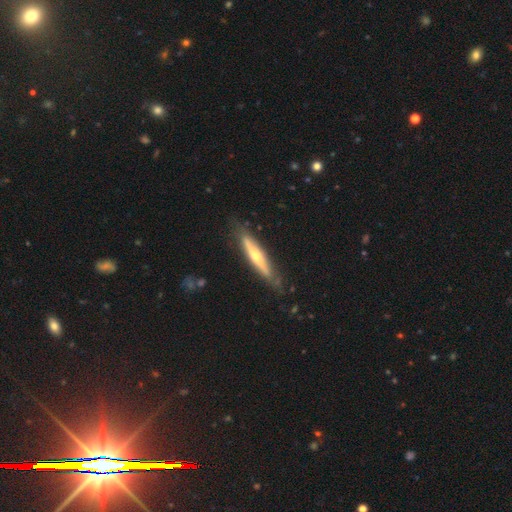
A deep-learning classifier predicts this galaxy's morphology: Smooth or featured?
  - featured or disk: 62% *
  - smooth: 33%
  - star or artifact: 5%
Edge-on disk?
  - yes: 86% *
  - no: 14%
Edge-on bulge?
  - rounded: 81% *
  - none: 15%
  - boxy: 4%
Merging?
  - none: 76% *
  - minor disturbance: 18%
  - major disturbance: 4%
  - merger: 2%